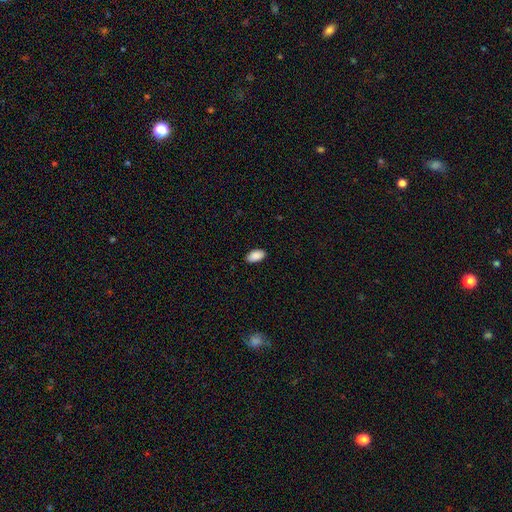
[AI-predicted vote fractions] smooth_or_featured: smooth (p=0.90) [alt: star or artifact p=0.07]
how_rounded: in between (p=0.95) [alt: round p=0.03]
merging: none (p=0.88) [alt: minor disturbance p=0.09]